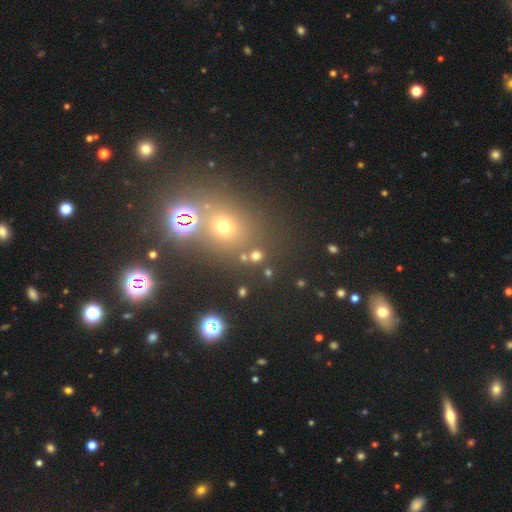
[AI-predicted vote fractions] Smooth or featured? smooth (66%)
How rounded? round (83%)
Merging? none (78%)